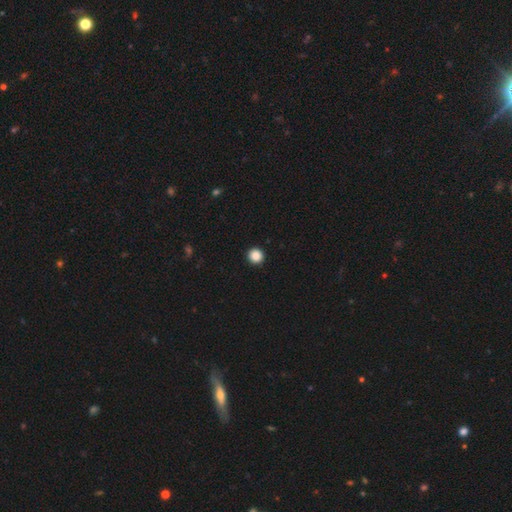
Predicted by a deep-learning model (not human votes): A smooth galaxy with no disk features (87%) that is round (95%). Merging: none (94%).